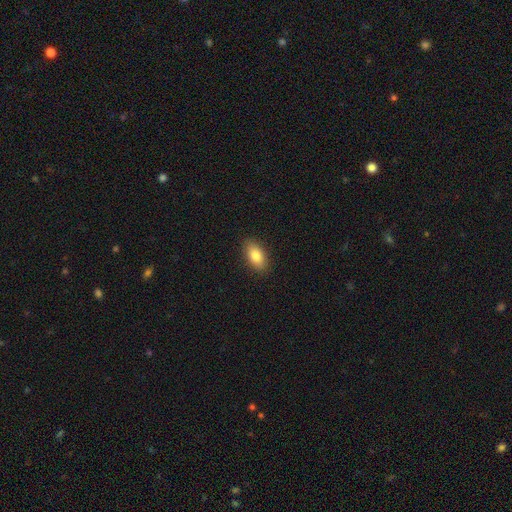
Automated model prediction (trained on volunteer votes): smooth-or-featured: smooth: 83% | featured or disk: 10% | star or artifact: 7%
  how-rounded: in between: 90% | cigar-shaped: 6% | round: 4%
  merging: none: 89% | minor disturbance: 8% | major disturbance: 2% | merger: 1%